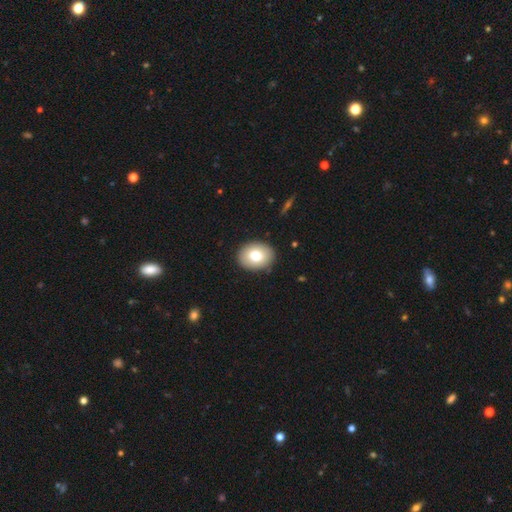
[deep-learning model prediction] Morphology: type=smooth (75%); roundness=in between (58%); merging=none (89%).